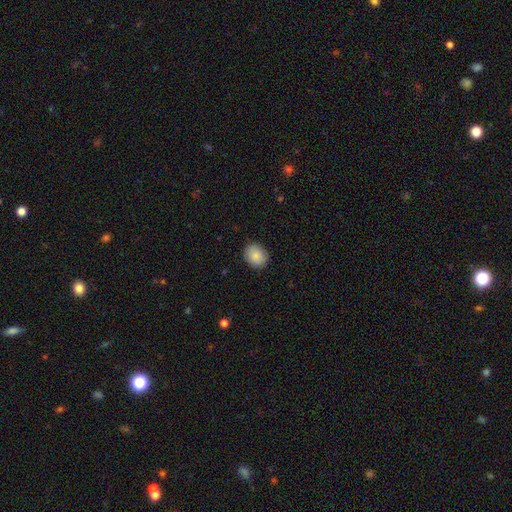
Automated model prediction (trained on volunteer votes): Q: Smooth or featured?
A: smooth (87%); runner-up: star or artifact (7%)
Q: How rounded?
A: round (55%); runner-up: in between (44%)
Q: Merging?
A: none (88%); runner-up: minor disturbance (9%)